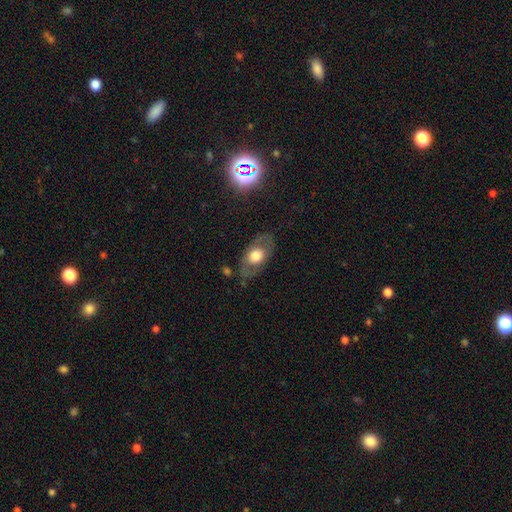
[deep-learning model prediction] The model was most divided on "smooth or featured": smooth: 51%, featured or disk: 41%, star or artifact: 7%. More confident: how rounded — in between (84%); merging — none (77%).